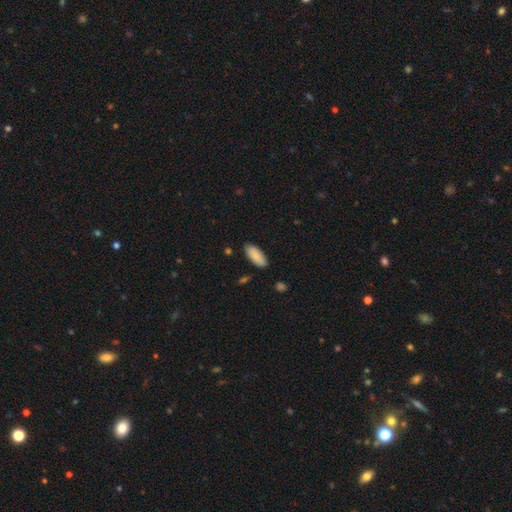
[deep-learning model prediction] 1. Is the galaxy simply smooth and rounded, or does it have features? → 89% smooth, 6% star or artifact, 5% featured or disk.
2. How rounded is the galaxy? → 83% in between, 16% cigar-shaped, 2% round.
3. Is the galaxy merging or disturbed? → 86% none, 11% minor disturbance, 2% major disturbance, 2% merger.